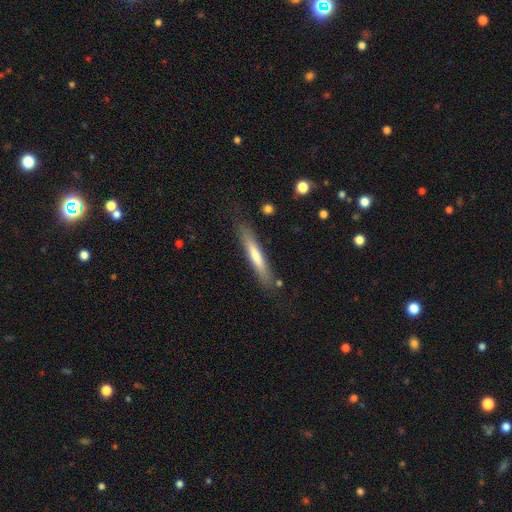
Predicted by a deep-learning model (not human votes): This is possibly a smooth galaxy (57%). How rounded: clearly cigar-shaped (93%). Merging: clearly none (82%).